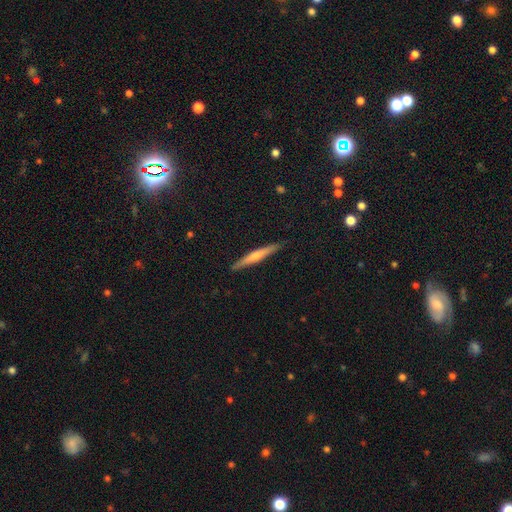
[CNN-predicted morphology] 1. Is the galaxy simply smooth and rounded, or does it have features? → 60% featured or disk, 33% smooth, 6% star or artifact.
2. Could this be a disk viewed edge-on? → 97% yes, 3% no.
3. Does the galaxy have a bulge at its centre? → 76% rounded, 19% none, 5% boxy.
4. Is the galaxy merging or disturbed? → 90% none, 7% minor disturbance, 1% major disturbance, 1% merger.